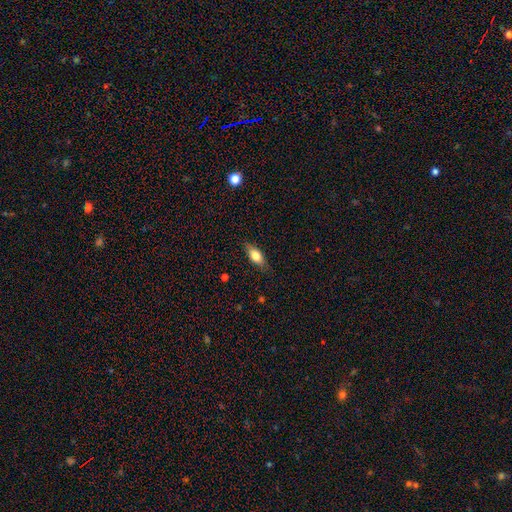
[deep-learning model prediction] Smooth or featured?
  - smooth: 72% *
  - featured or disk: 21%
  - star or artifact: 7%
How rounded?
  - in between: 80% *
  - cigar-shaped: 16%
  - round: 4%
Merging?
  - none: 81% *
  - minor disturbance: 15%
  - major disturbance: 3%
  - merger: 1%